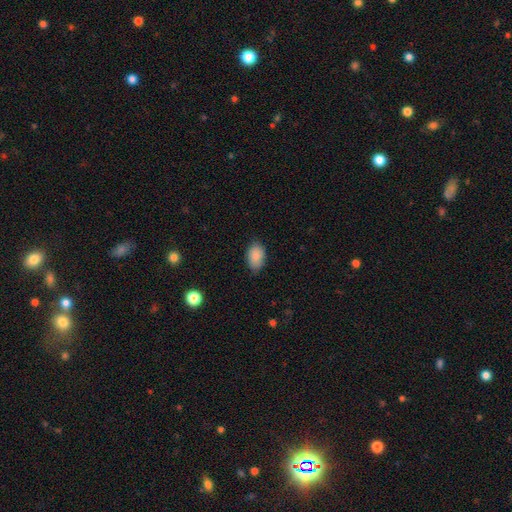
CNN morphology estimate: This is clearly a smooth galaxy (87%). How rounded: clearly in between (88%). Merging: likely none (77%).